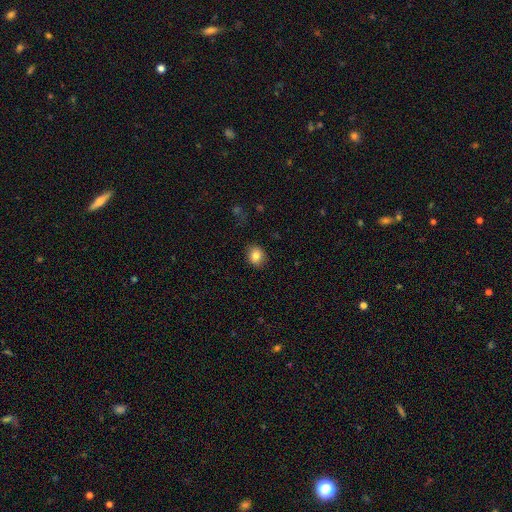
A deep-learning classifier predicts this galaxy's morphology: Overall: smooth (84%). How rounded: round (69%; in between 30%). Merging: none (88%).